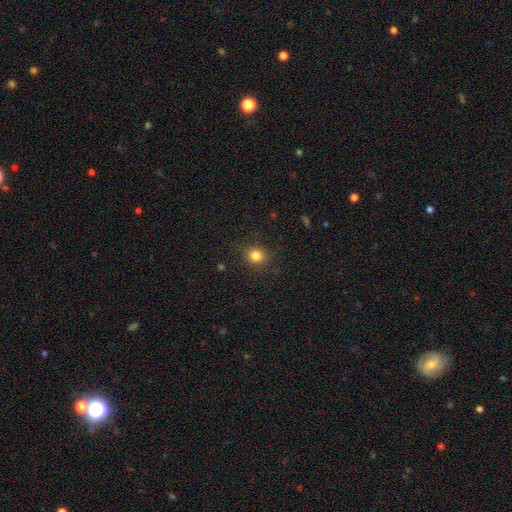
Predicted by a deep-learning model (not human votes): Smooth or featured? smooth (82%)
How rounded? round (84%)
Merging? none (88%)